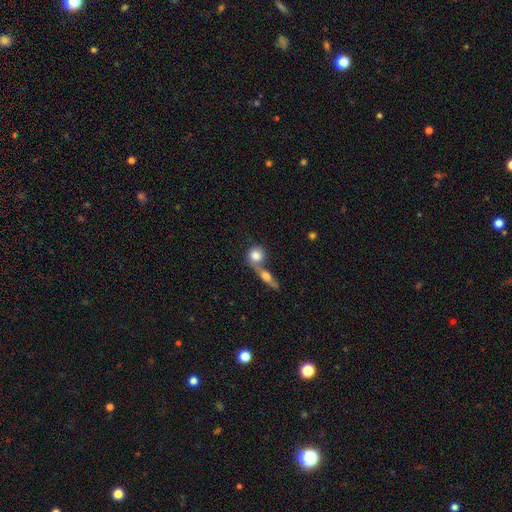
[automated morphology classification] smooth 77%, featured or disk 16%, star or artifact 7%. Down the decision tree: how rounded — round (77%); merging — merger (55%).